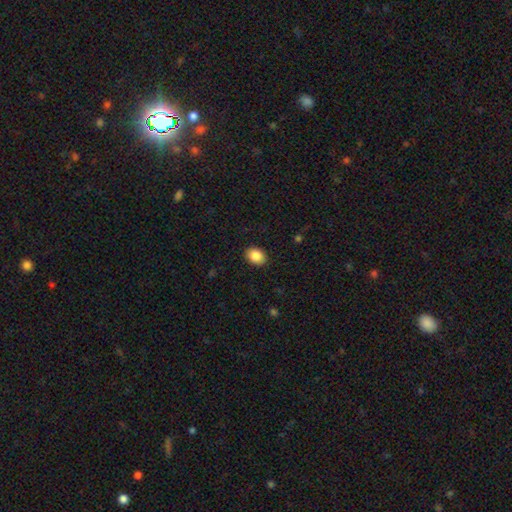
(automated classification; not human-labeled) Smooth or featured? Predicted: smooth (p=0.87). How rounded? Predicted: in between (p=0.66). Merging? Predicted: none (p=0.90).